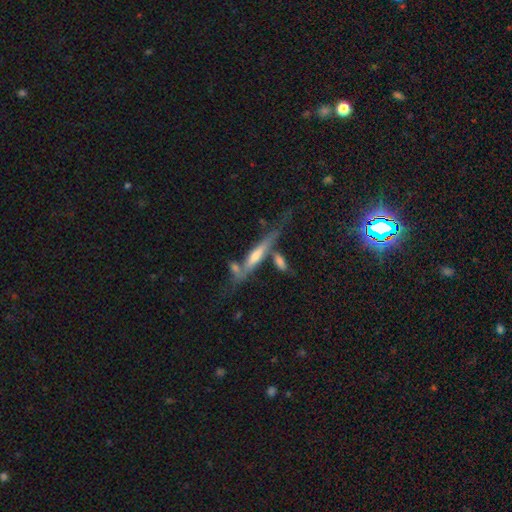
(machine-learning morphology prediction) The model was most divided on "merging": none: 55%, minor disturbance: 19%, merger: 17%, major disturbance: 8%. More confident: edge-on disk — yes (88%); smooth or featured — featured or disk (69%); edge-on bulge — rounded (66%).